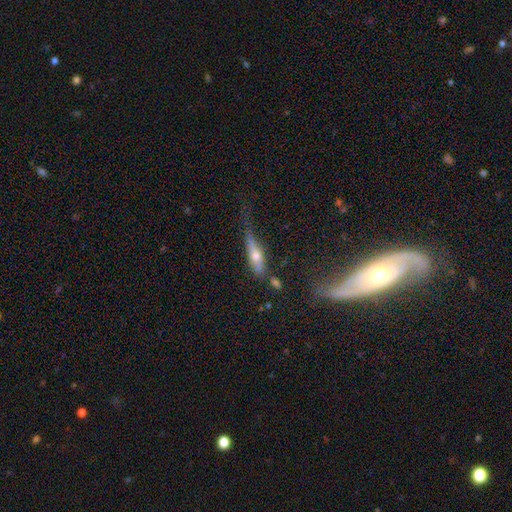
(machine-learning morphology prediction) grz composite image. It shows a featured or disk galaxy (51%) viewed edge-on (80%). Merging: none (40%).